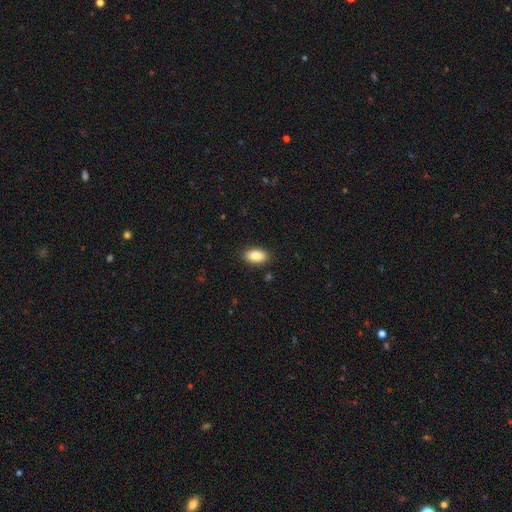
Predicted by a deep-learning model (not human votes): This is clearly a smooth galaxy (87%). How rounded: clearly in between (93%). Merging: clearly none (88%).